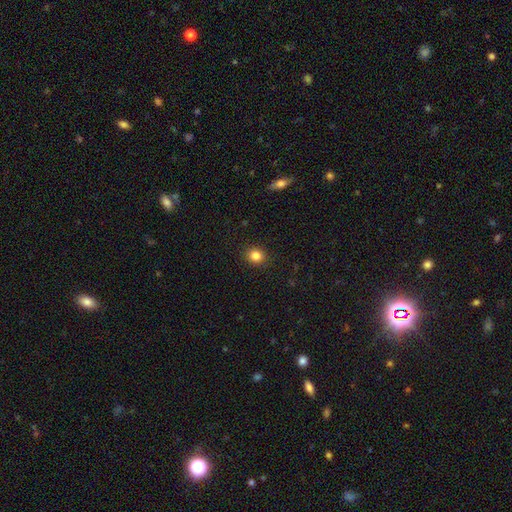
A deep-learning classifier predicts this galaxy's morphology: The model was most divided on "how rounded": round: 79%, in between: 20%, cigar-shaped: 1%. More confident: merging — none (91%); smooth or featured — smooth (84%).